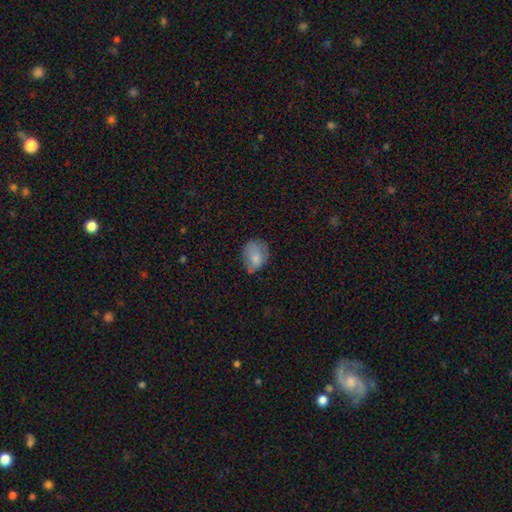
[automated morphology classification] A smooth galaxy with no disk features (75%) that is in between round and cigar-shaped (55%). Merging: none (51%).